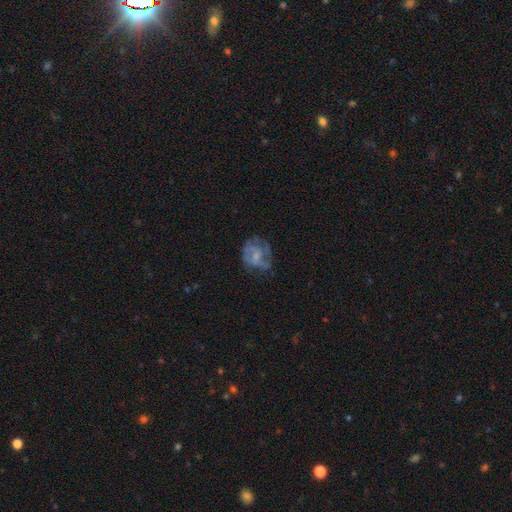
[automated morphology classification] This appears to be a featured or disk galaxy (59%) with no bar (69%), spiral arms (60%) and a small central bulge (42%). Merging: none (51%).